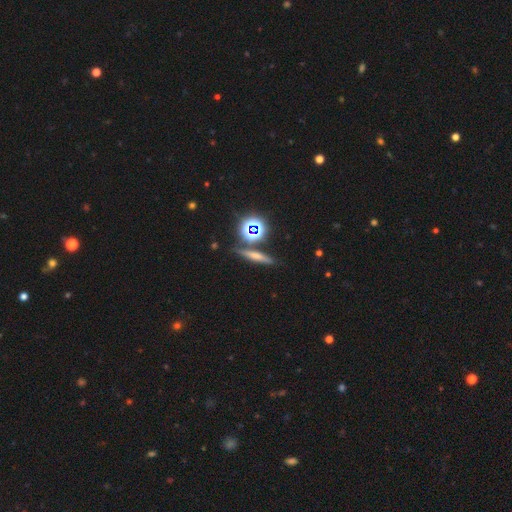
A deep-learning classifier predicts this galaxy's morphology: smooth-or-featured: smooth: 48% | featured or disk: 26% | star or artifact: 26%
  merging: none: 79% | minor disturbance: 10% | merger: 8% | major disturbance: 3%